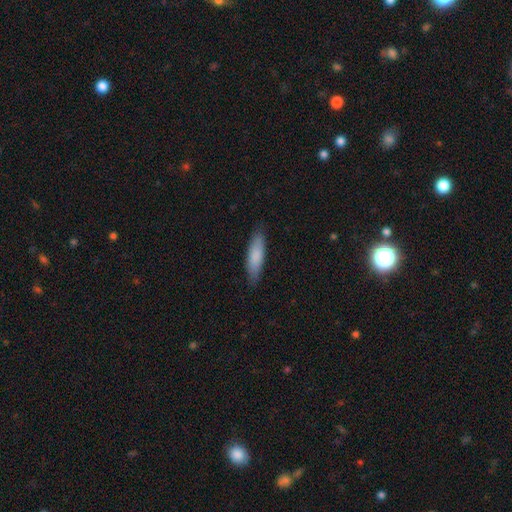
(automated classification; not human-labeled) Morphology: type=smooth (84%); roundness=cigar-shaped (59%); merging=none (86%).